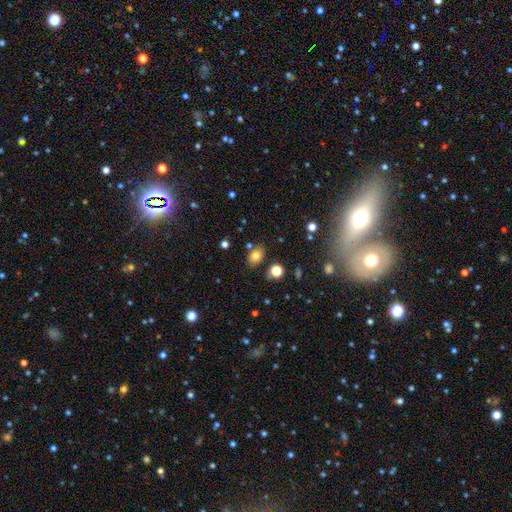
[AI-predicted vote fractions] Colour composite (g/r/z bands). It shows a smooth galaxy with no disk features (78%) that is in between round and cigar-shaped (72%). Merging: none (79%).